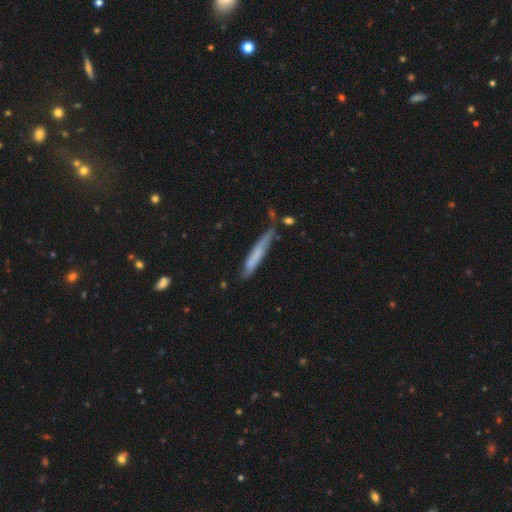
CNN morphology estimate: This appears to be a smooth galaxy with no disk features (58%) that is cigar-shaped (93%). Merging: none (56%).